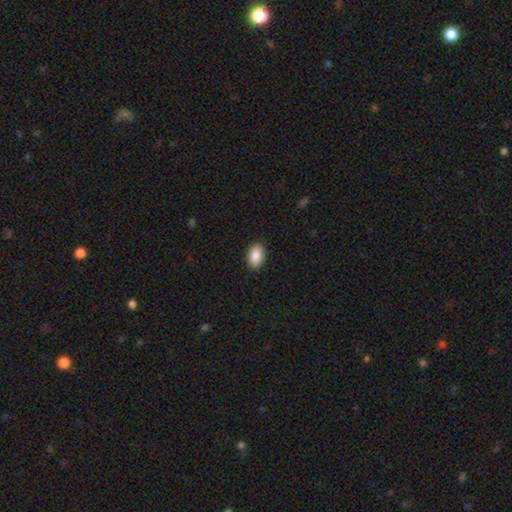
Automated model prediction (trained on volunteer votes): A smooth galaxy with no disk features (89%) that is in between round and cigar-shaped (91%).

Vote fractions:
- Smooth or featured? smooth: 89% / star or artifact: 7% / featured or disk: 4%
- How rounded? in between: 91% / round: 7% / cigar-shaped: 1%
- Merging? none: 89% / minor disturbance: 8% / major disturbance: 2% / merger: 1%